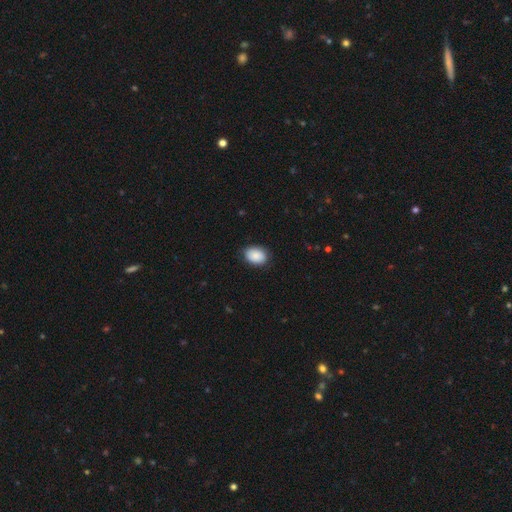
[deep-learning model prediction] Smooth or featured: smooth — 88% (star or artifact — 7%)
How rounded: in between — 78% (round — 21%)
Merging: none — 84% (minor disturbance — 13%)